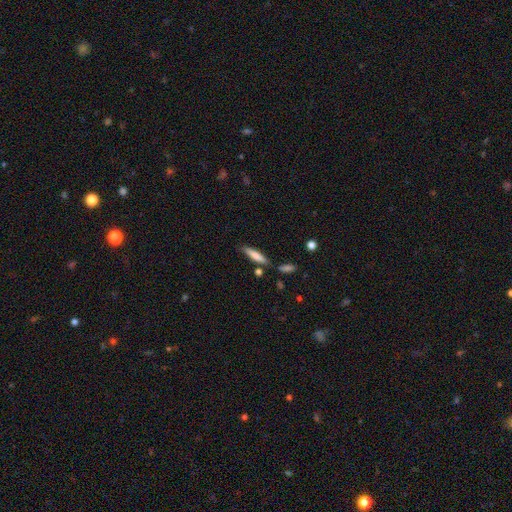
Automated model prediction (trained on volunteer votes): This appears to be a smooth galaxy with no disk features (72%) that is cigar-shaped (82%). Merging: none (79%).